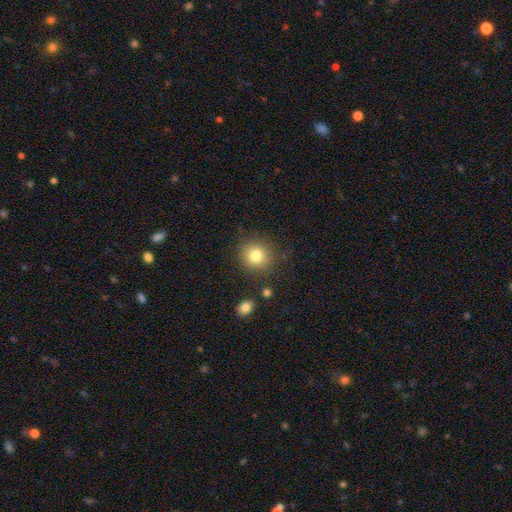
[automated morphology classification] smooth_or_featured: smooth (p=0.81) [alt: star or artifact p=0.11]
how_rounded: round (p=0.89) [alt: in between p=0.10]
merging: none (p=0.84) [alt: minor disturbance p=0.09]